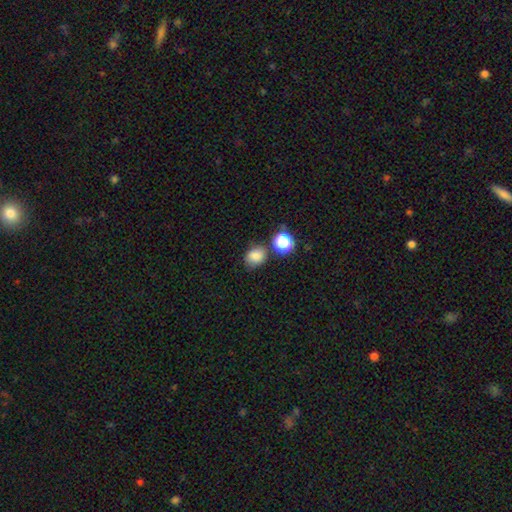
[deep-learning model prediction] A smooth galaxy with no disk features (81%) that is round (58%).

Vote fractions:
- Smooth or featured? smooth: 81% / star or artifact: 13% / featured or disk: 6%
- How rounded? round: 58% / in between: 41% / cigar-shaped: 1%
- Merging? none: 68% / minor disturbance: 17% / merger: 10% / major disturbance: 5%